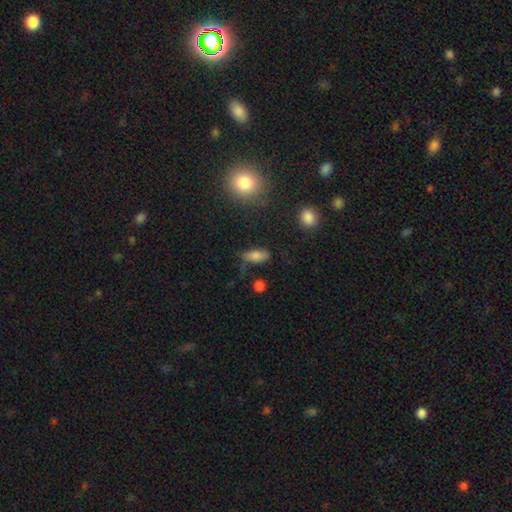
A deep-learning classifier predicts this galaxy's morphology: This appears to be a smooth galaxy with no disk features (81%) that is in between round and cigar-shaped (83%). Merging: none (68%).